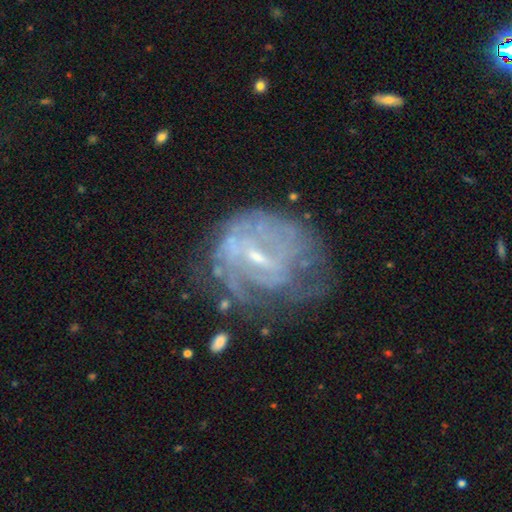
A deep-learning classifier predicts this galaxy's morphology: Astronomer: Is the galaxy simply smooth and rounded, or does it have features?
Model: featured or disk — 78%.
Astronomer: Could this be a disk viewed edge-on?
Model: no — 97%.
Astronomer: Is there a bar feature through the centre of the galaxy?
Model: weak — 55%.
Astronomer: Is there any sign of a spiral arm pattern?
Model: yes — 72%.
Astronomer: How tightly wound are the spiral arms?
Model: tight — 55% (runner-up: medium, 31%).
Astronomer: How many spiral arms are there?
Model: can't tell — 56%.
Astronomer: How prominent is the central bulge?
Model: small — 66%.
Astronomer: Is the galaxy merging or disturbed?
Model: none — 49% (runner-up: minor disturbance, 25%).